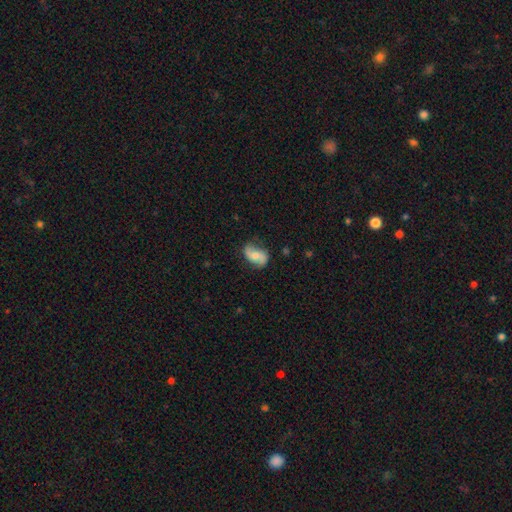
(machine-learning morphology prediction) This is possibly a featured or disk galaxy (59%). It is clearly not viewed edge-on (96%). Bar: possibly no (57%). Spiral arm pattern: clearly yes (88%). Central bulge: possibly moderate (57%). Merging: likely none (71%).